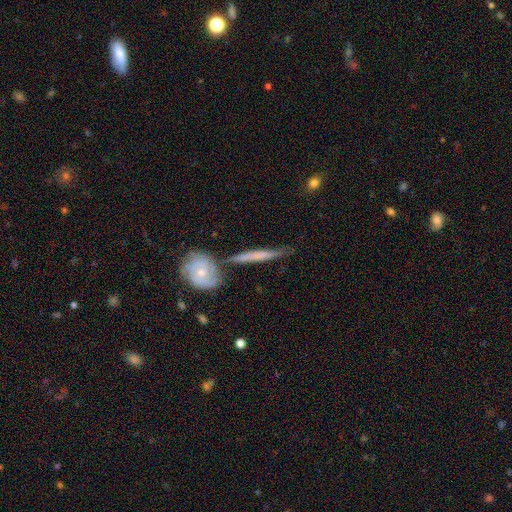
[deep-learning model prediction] Smooth or featured: featured or disk — 57% (smooth — 37%)
Edge-on disk: yes — 78% (no — 22%)
Merging: none — 61% (minor disturbance — 18%)